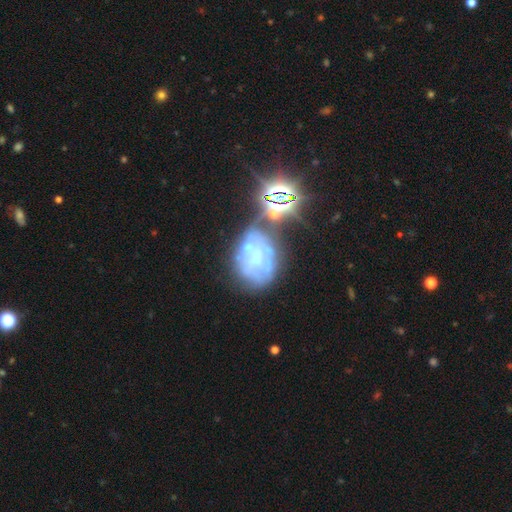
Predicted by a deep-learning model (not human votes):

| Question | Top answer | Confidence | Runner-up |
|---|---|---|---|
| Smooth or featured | featured or disk | 60% | smooth (20%) |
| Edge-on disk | no | 97% | yes (3%) |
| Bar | no | 84% | weak (12%) |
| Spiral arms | no | 71% | yes (29%) |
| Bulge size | none | 49% | small (22%) |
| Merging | none | 39% | minor disturbance (21%) |